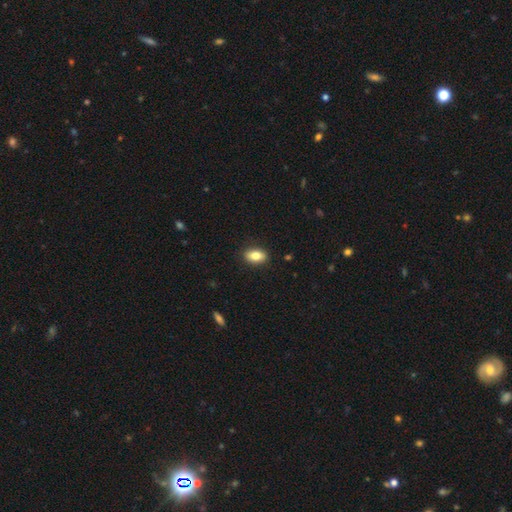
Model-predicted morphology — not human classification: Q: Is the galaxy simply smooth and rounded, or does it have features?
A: smooth — 80%.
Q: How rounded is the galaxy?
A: in between — 87%.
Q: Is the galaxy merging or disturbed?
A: none — 89%.